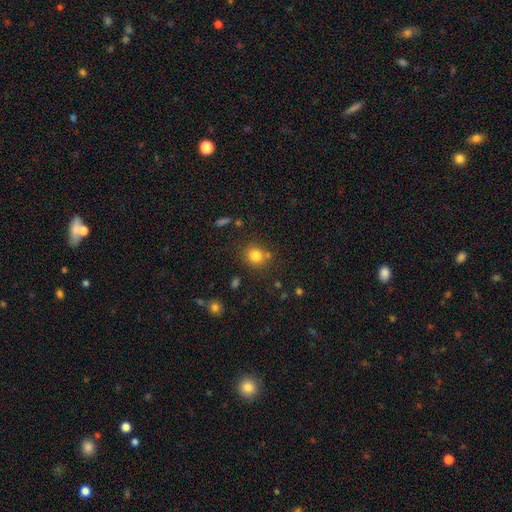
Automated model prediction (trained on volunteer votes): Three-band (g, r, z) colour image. It shows a smooth galaxy with no disk features (81%) that is round (79%). Merging: none (74%).